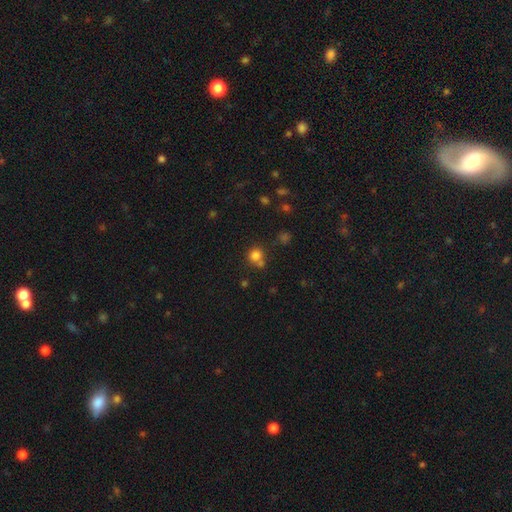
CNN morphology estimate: A smooth galaxy with no disk features (79%) that is round (87%).

Vote fractions:
- Smooth or featured? smooth: 79% / star or artifact: 15% / featured or disk: 7%
- How rounded? round: 87% / in between: 12% / cigar-shaped: 1%
- Merging? none: 61% / merger: 24% / minor disturbance: 11% / major disturbance: 5%